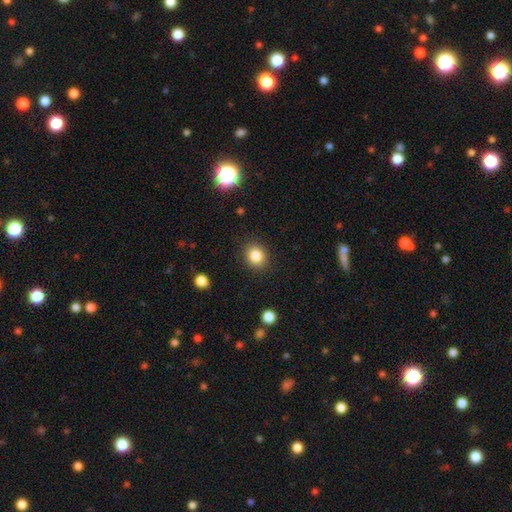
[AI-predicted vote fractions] Overall: smooth (84%). How rounded: round (70%). Merging: none (88%).